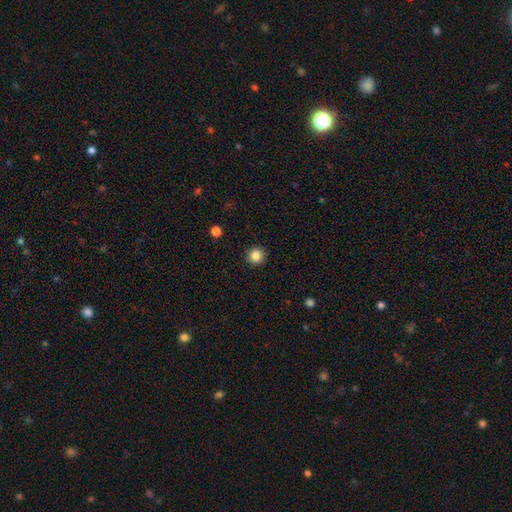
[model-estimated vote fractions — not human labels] Smooth or featured? smooth (84%)
How rounded? round (95%)
Merging? none (93%)